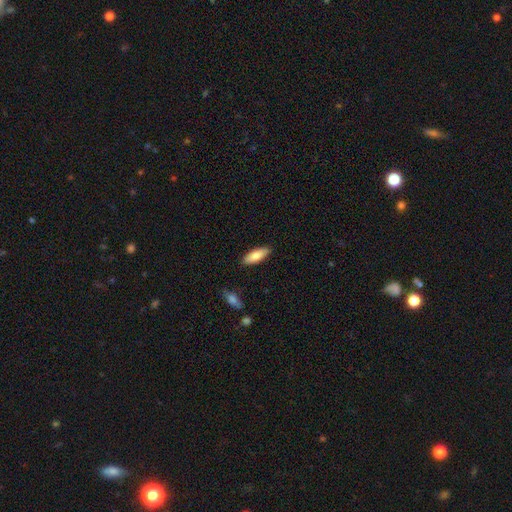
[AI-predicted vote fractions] Smooth or featured?
  - smooth: 82% *
  - featured or disk: 12%
  - star or artifact: 6%
How rounded?
  - in between: 64% *
  - cigar-shaped: 34%
  - round: 2%
Merging?
  - none: 88% *
  - minor disturbance: 9%
  - major disturbance: 2%
  - merger: 2%